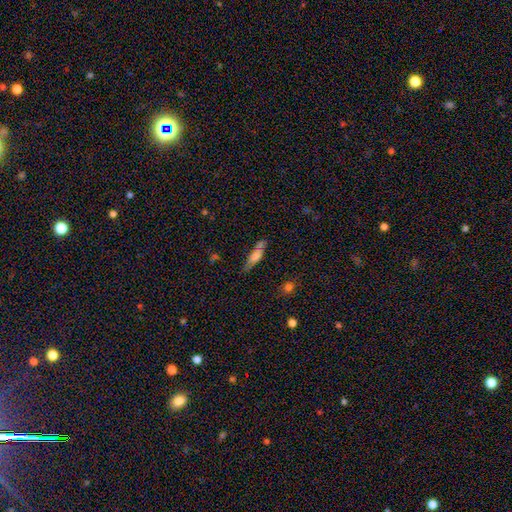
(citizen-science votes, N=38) Volunteers were most divided on "merging": none: 44%, minor disturbance: 35%, major disturbance: 18%, merger: 3%. More confident: how rounded — cigar-shaped (69%); smooth or featured — smooth (68%).